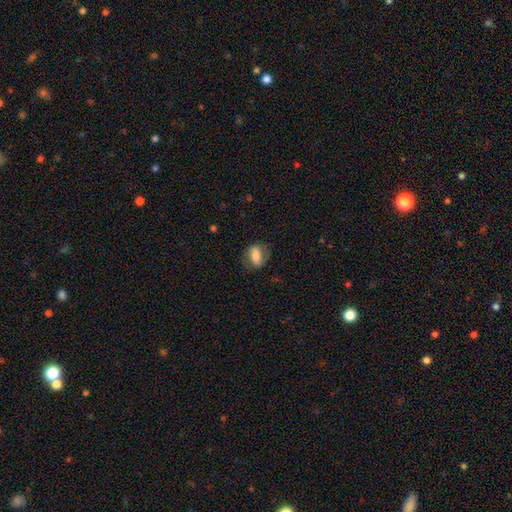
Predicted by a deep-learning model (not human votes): Smooth or featured? Predicted: smooth (p=0.64). How rounded? Predicted: in between (p=0.74). Merging? Predicted: none (p=0.73).